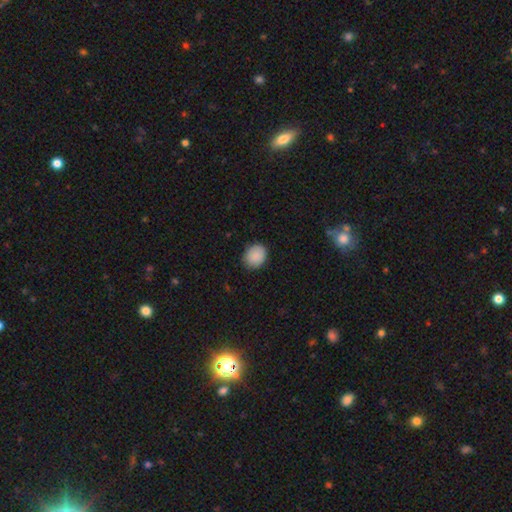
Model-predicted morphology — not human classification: Smooth or featured: smooth — 89% (star or artifact — 8%)
How rounded: round — 66% (in between — 33%)
Merging: none — 86% (minor disturbance — 11%)